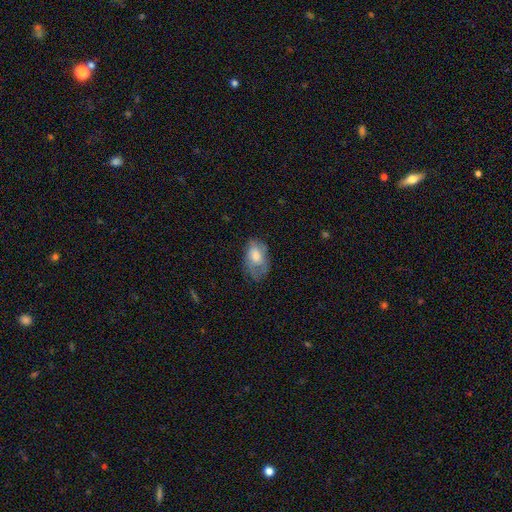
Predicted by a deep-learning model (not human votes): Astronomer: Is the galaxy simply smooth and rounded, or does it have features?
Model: smooth — 62%.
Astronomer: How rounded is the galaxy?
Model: in between — 88%.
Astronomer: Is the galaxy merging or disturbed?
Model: none — 49% (runner-up: minor disturbance, 32%).